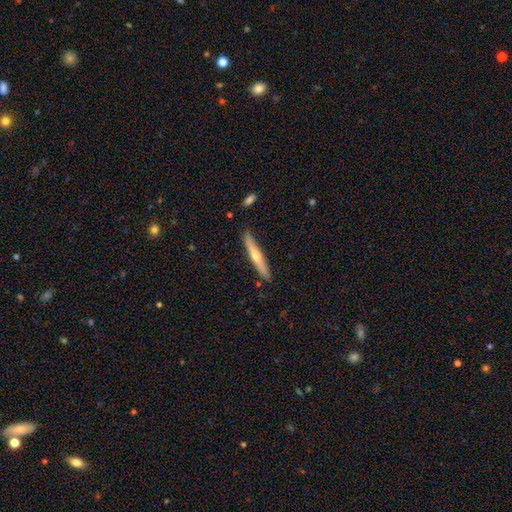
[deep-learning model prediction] A featured or disk galaxy (55%) viewed edge-on (94%) with a rounded central bulge (83%). Merging: none (88%).